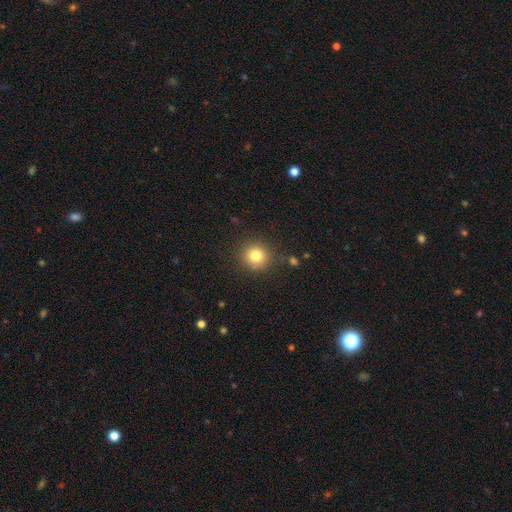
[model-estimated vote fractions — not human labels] Q: Smooth or featured?
A: smooth (80%); runner-up: star or artifact (12%)
Q: How rounded?
A: round (92%); runner-up: in between (7%)
Q: Merging?
A: none (86%); runner-up: minor disturbance (9%)